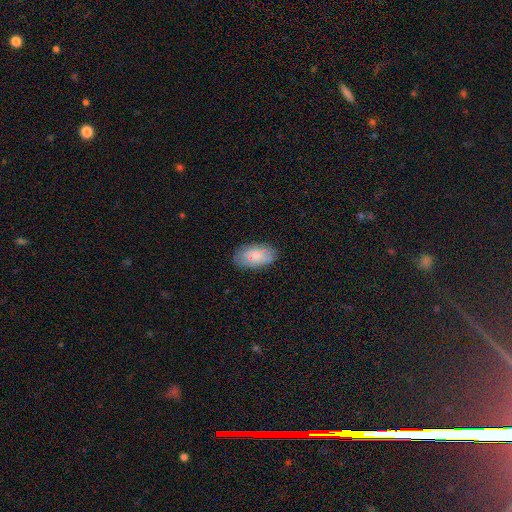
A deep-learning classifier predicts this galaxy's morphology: This appears to be a smooth galaxy with no disk features (78%) that is in between round and cigar-shaped (94%). Merging: none (79%).